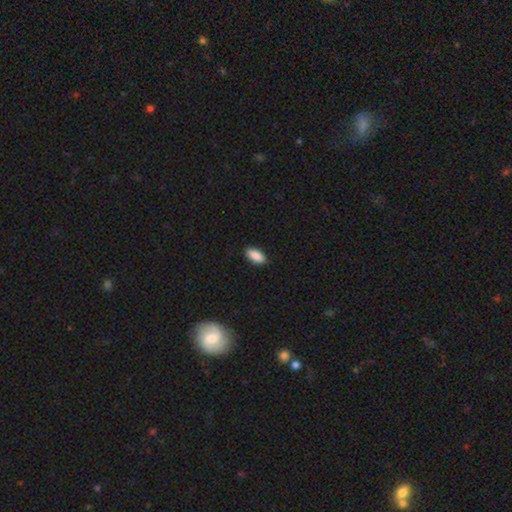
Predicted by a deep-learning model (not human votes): smooth 89%, star or artifact 7%, featured or disk 4%. Down the decision tree: how rounded — in between (90%); merging — none (89%).